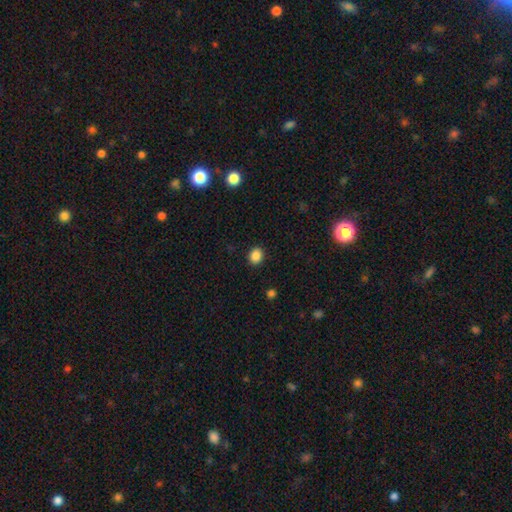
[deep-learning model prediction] The model was most divided on "how rounded": round: 63%, in between: 36%, cigar-shaped: 1%. More confident: merging — none (90%); smooth or featured — smooth (87%).